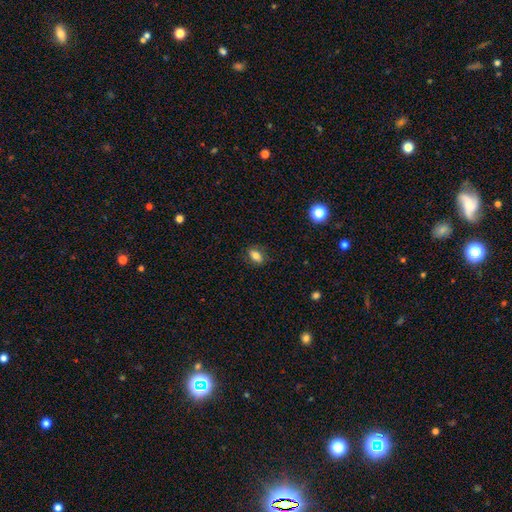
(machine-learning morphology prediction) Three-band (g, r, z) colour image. It shows a smooth galaxy with no disk features (77%) that is in between round and cigar-shaped (80%). Merging: none (83%).